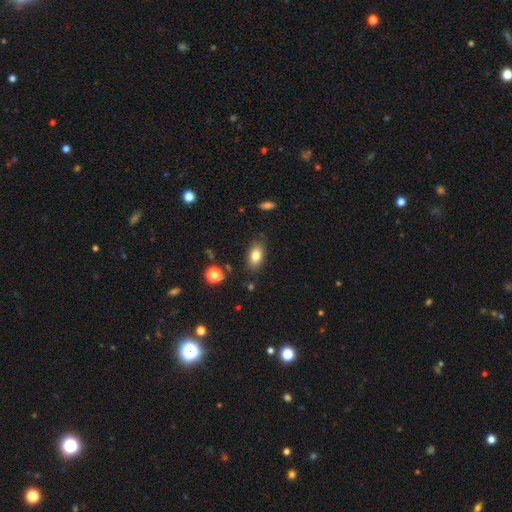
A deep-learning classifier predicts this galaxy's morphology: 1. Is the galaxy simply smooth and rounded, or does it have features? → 81% smooth, 10% featured or disk, 9% star or artifact.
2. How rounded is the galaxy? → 87% in between, 9% round, 4% cigar-shaped.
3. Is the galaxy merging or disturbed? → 82% none, 13% minor disturbance, 3% major disturbance, 2% merger.